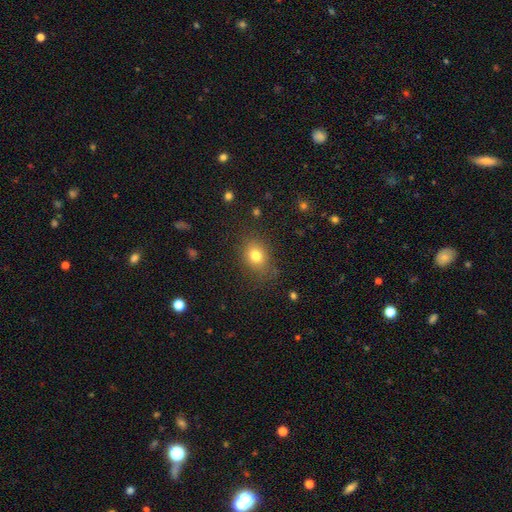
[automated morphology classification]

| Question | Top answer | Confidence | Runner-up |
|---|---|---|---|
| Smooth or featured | smooth | 78% | star or artifact (12%) |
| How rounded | round | 51% | in between (48%) |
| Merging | none | 75% | minor disturbance (17%) |